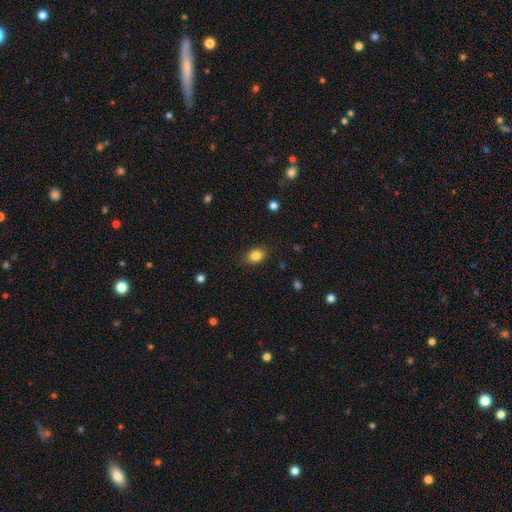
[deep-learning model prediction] Morphology: type=smooth (85%); roundness=in between (71%); merging=none (85%).